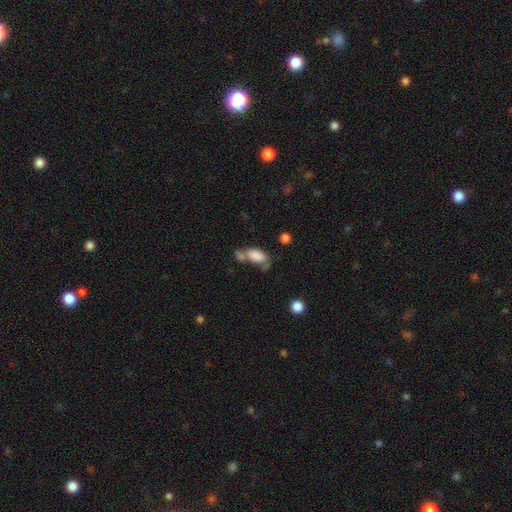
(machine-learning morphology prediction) smooth 77%, featured or disk 15%, star or artifact 9%. Down the decision tree: how rounded — in between (90%); merging — merger (40%).